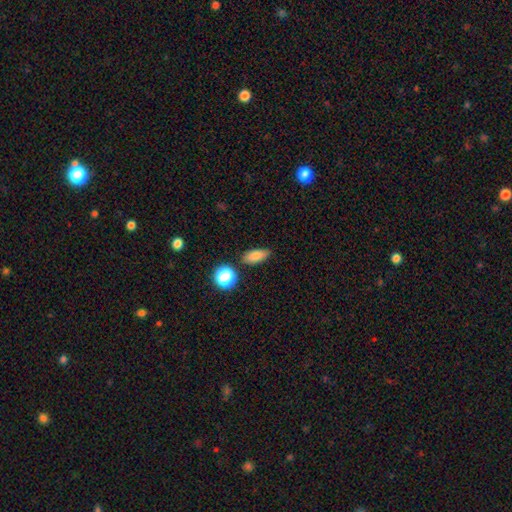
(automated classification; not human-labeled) Smooth or featured? Predicted: smooth (p=0.80). How rounded? Predicted: in between (p=0.79). Merging? Predicted: none (p=0.82).